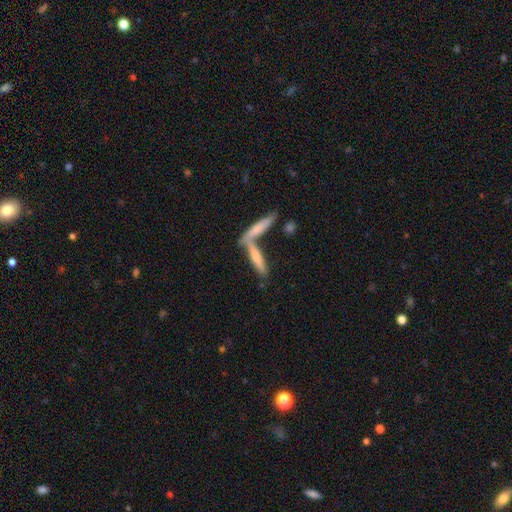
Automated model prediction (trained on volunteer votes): This is possibly a smooth galaxy (50%). Merging: possibly merger (47%).